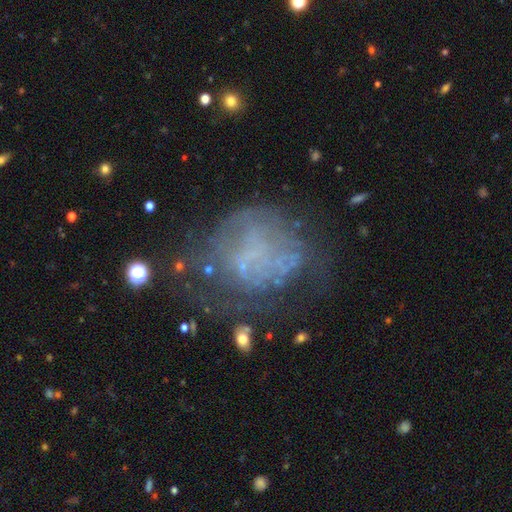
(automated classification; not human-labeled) This is possibly a featured or disk galaxy (53%). It is clearly not viewed edge-on (98%). Bar: clearly no (88%). Spiral arm pattern: clearly no (82%). Central bulge: likely none (78%). Merging: marginally none (43%).